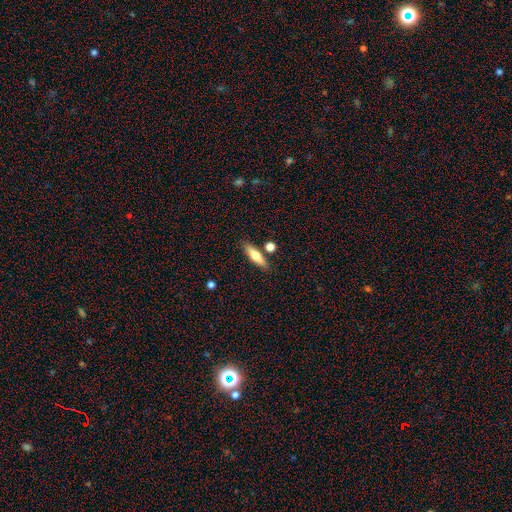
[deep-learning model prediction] Smooth or featured? smooth (63%)
How rounded? cigar-shaped (63%)
Merging? none (80%)